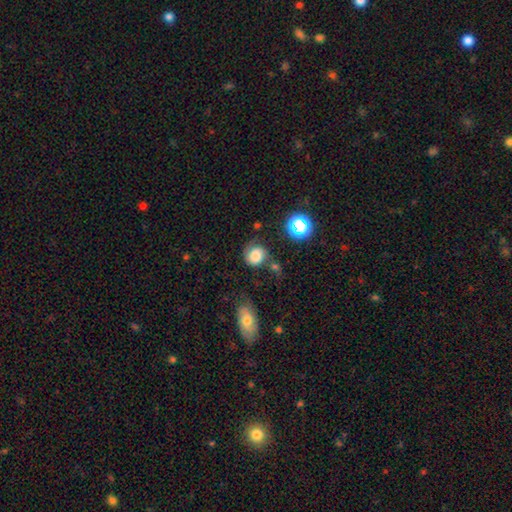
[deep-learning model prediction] smooth 61%, featured or disk 27%, star or artifact 13%. Down the decision tree: how rounded — round (76%); merging — none (50%).